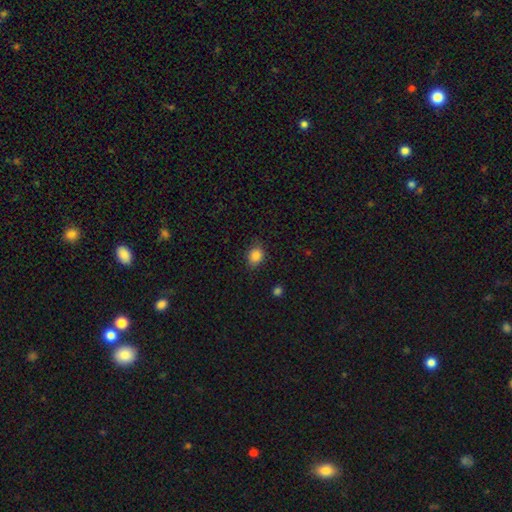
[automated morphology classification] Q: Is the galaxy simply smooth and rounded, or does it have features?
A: smooth — 84%.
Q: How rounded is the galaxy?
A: round — 54%.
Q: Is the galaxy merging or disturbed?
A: none — 79%.